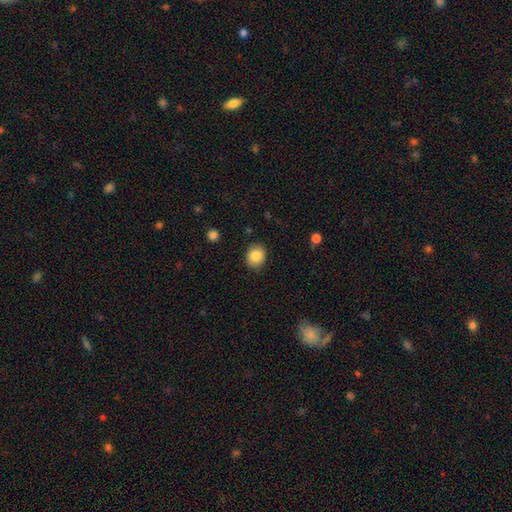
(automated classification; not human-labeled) A smooth galaxy with no disk features (86%) that is round (62%).

Vote fractions:
- Smooth or featured? smooth: 86% / star or artifact: 9% / featured or disk: 5%
- How rounded? round: 62% / in between: 37% / cigar-shaped: 1%
- Merging? none: 86% / minor disturbance: 10% / major disturbance: 2% / merger: 1%